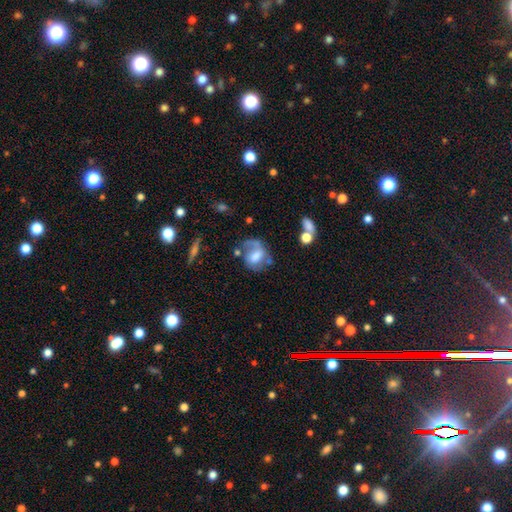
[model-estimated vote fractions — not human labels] This is possibly a featured or disk galaxy (52%). It is clearly not viewed edge-on (96%). Merging: marginally none (41%).